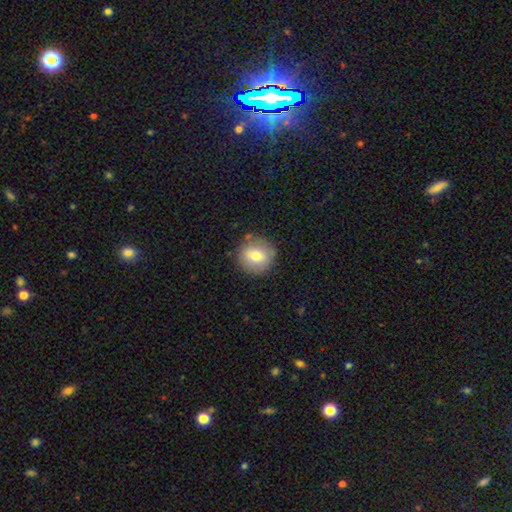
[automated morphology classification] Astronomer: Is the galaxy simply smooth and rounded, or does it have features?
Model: smooth — 74%.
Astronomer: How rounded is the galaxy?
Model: round — 90%.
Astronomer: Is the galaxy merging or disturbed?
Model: none — 85%.